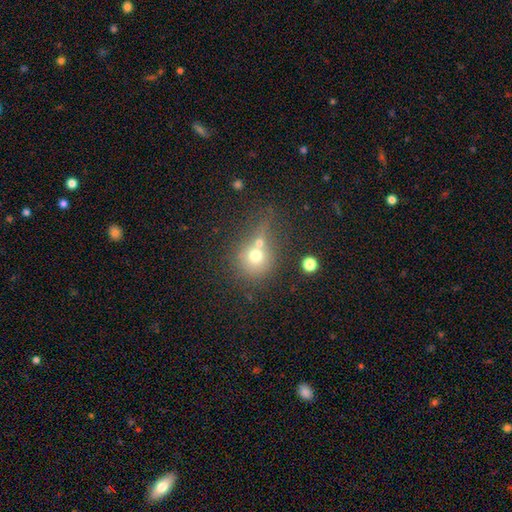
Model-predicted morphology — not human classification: Smooth or featured? smooth (68%)
How rounded? round (85%)
Merging? merger (46%)